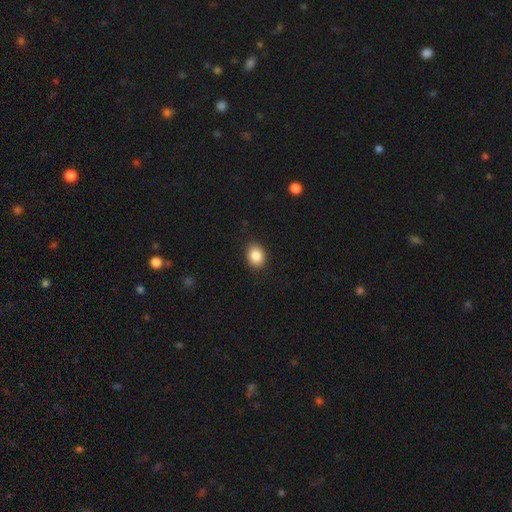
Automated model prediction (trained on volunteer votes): Smooth or featured?
  - smooth: 87% *
  - star or artifact: 8%
  - featured or disk: 5%
How rounded?
  - in between: 60% *
  - round: 39%
  - cigar-shaped: 1%
Merging?
  - none: 89% *
  - minor disturbance: 8%
  - major disturbance: 2%
  - merger: 1%